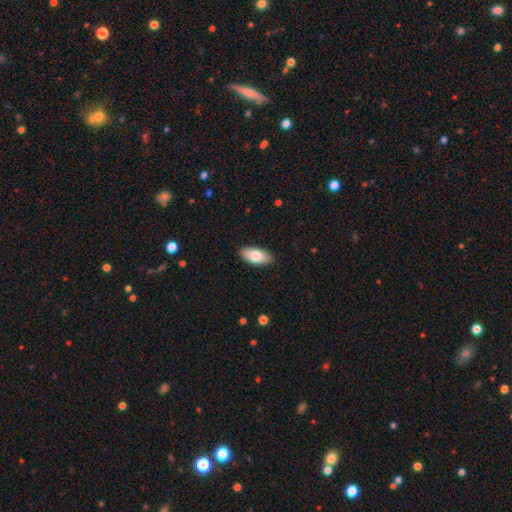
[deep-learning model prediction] This appears to be a smooth galaxy with no disk features (79%) that is in between round and cigar-shaped (92%). Merging: none (89%).